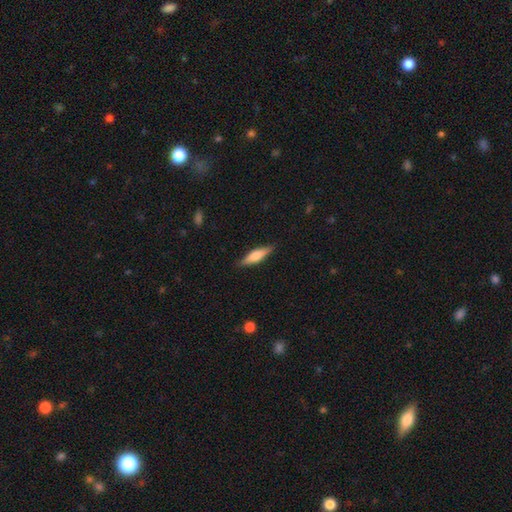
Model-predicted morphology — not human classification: The model was most divided on "smooth or featured": smooth: 59%, featured or disk: 35%, star or artifact: 6%. More confident: merging — none (86%); how rounded — cigar-shaped (65%).